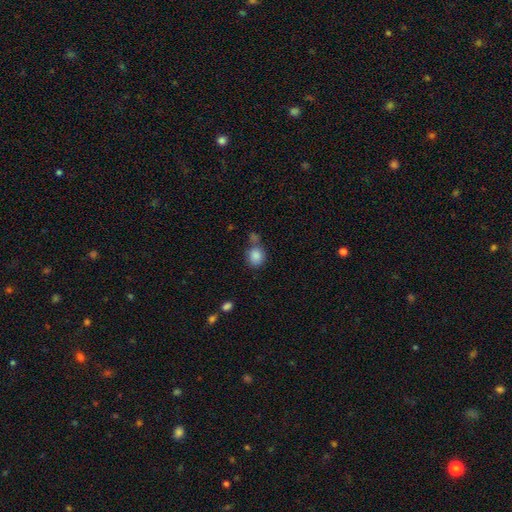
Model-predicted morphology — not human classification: Smooth or featured? smooth (86%)
How rounded? round (72%)
Merging? none (58%)